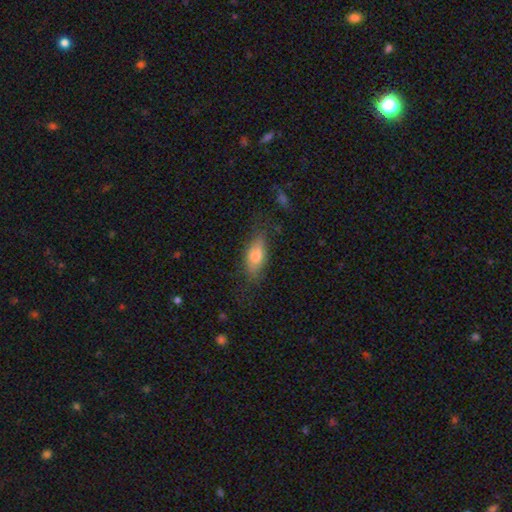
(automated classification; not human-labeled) Overall: smooth (73%). How rounded: in between (81%). Merging: none (71%).